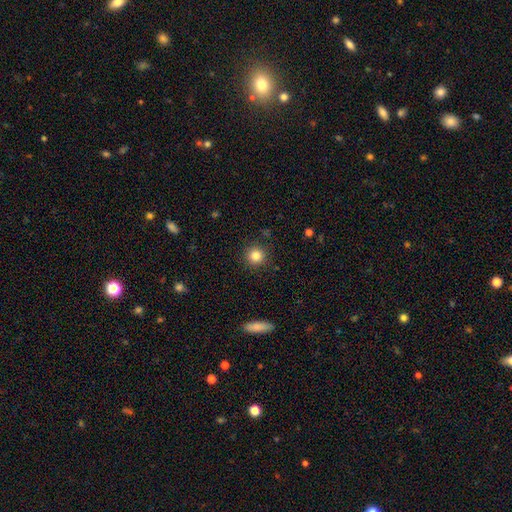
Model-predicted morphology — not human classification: smooth_or_featured: smooth (p=0.84) [alt: star or artifact p=0.11]
how_rounded: round (p=0.94) [alt: in between p=0.06]
merging: none (p=0.90) [alt: minor disturbance p=0.06]